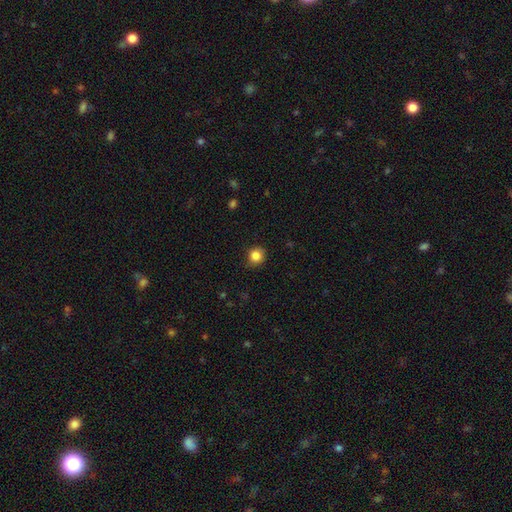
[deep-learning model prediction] Smooth or featured? smooth (86%)
How rounded? round (88%)
Merging? none (85%)